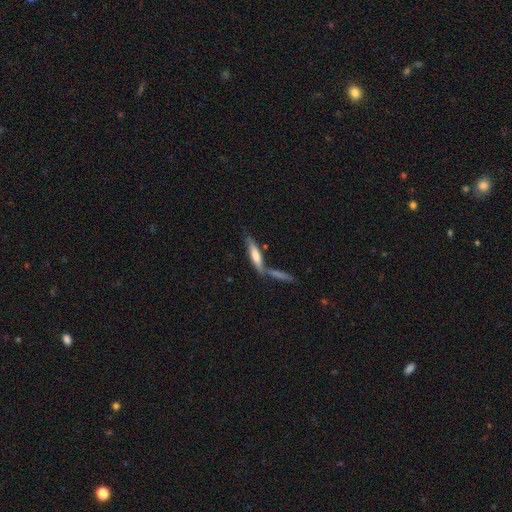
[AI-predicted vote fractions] Smooth or featured? Predicted: smooth (p=0.59). How rounded? Predicted: cigar-shaped (p=0.76). Merging? Predicted: none (p=0.45).